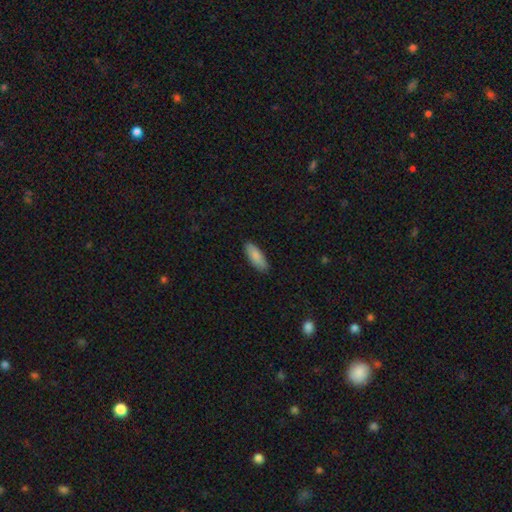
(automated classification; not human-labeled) Q: Smooth or featured?
A: smooth (86%); runner-up: featured or disk (9%)
Q: How rounded?
A: in between (66%); runner-up: cigar-shaped (33%)
Q: Merging?
A: none (88%); runner-up: minor disturbance (10%)